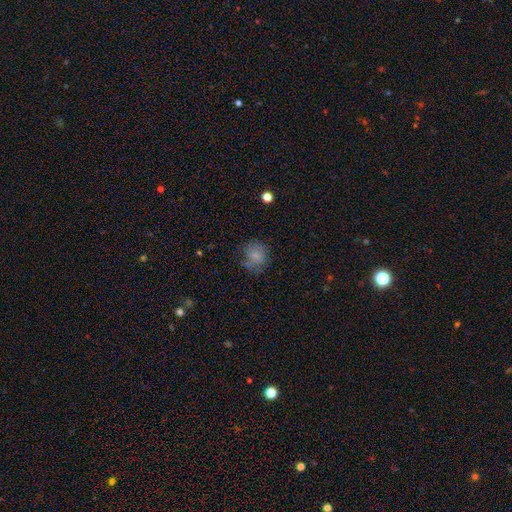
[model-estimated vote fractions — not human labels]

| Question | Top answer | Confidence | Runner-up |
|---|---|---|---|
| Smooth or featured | smooth | 74% | featured or disk (13%) |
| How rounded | round | 78% | in between (21%) |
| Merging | none | 64% | minor disturbance (22%) |